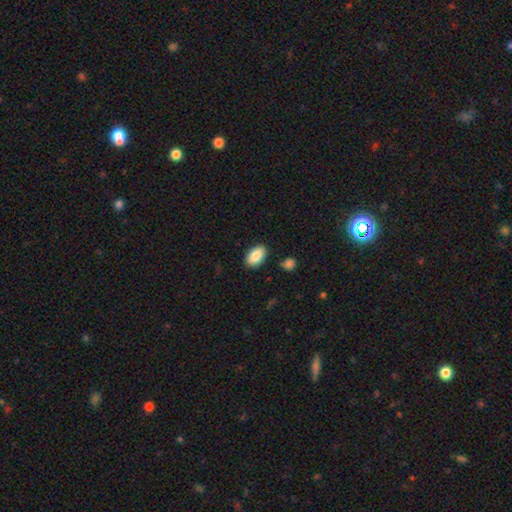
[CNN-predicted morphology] smooth_or_featured: smooth (p=0.86) [alt: featured or disk p=0.07]
how_rounded: in between (p=0.93) [alt: round p=0.06]
merging: none (p=0.87) [alt: minor disturbance p=0.09]